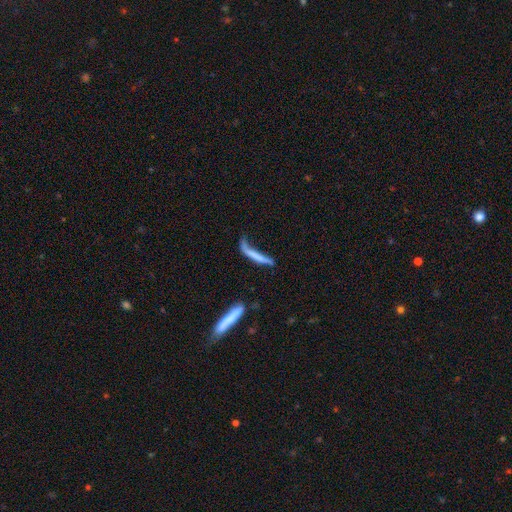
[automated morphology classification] Smooth or featured? Predicted: smooth (p=0.62). How rounded? Predicted: cigar-shaped (p=0.91). Merging? Predicted: major disturbance (p=0.33).